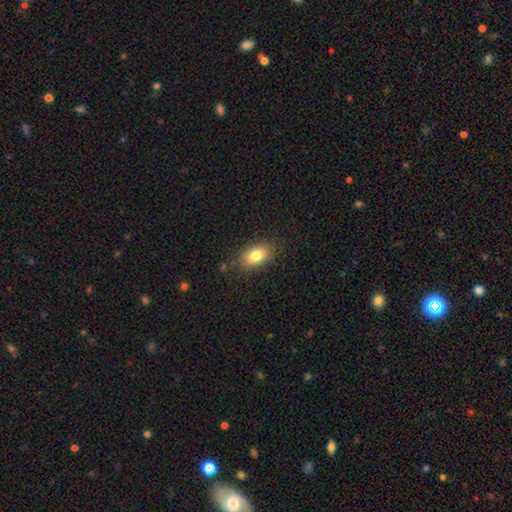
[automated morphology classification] Smooth or featured? smooth (80%)
How rounded? in between (86%)
Merging? none (81%)